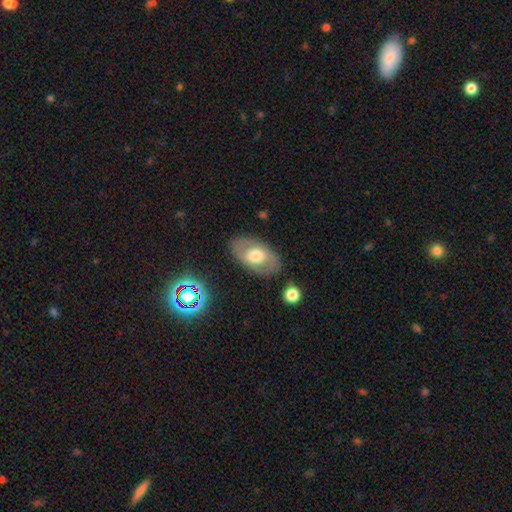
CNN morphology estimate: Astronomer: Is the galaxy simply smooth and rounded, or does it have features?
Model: smooth — 49% (runner-up: featured or disk, 43%).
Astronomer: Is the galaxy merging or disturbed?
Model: none — 81%.